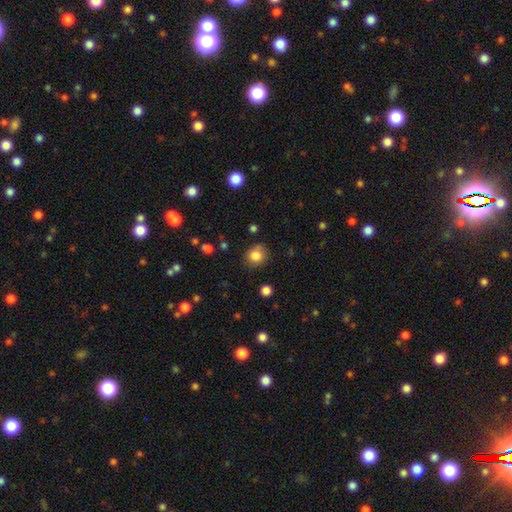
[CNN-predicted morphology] Overall: smooth (84%). How rounded: round (78%). Merging: none (74%).